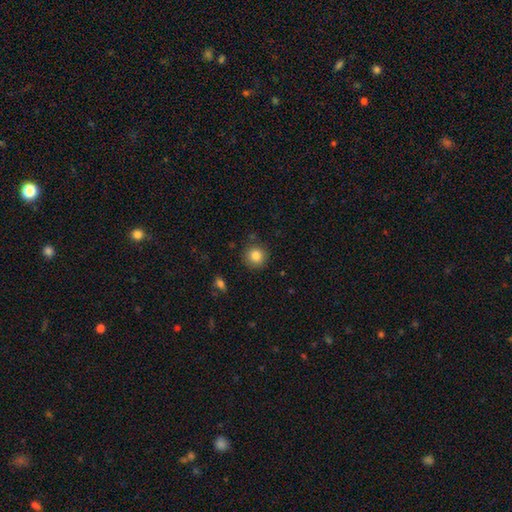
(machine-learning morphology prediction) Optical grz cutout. It shows a smooth galaxy with no disk features (84%) that is round (93%). Merging: none (87%).